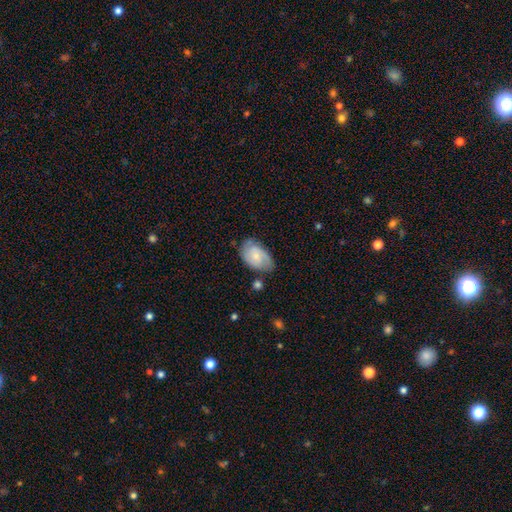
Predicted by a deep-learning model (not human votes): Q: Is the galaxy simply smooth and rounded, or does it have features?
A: smooth — 48%.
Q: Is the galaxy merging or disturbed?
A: none — 62%.